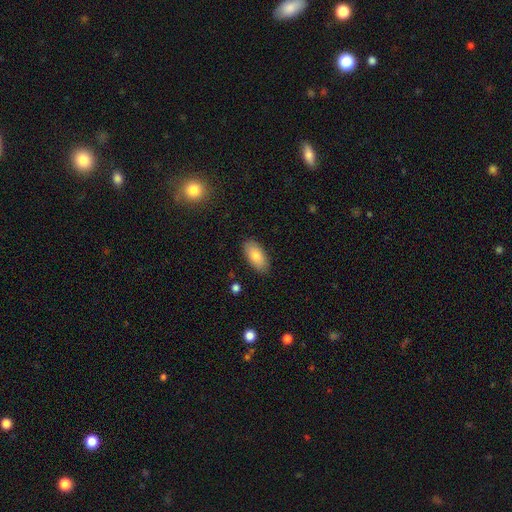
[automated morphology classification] Smooth or featured: smooth — 82% (featured or disk — 12%)
How rounded: in between — 92% (cigar-shaped — 5%)
Merging: none — 87% (minor disturbance — 9%)